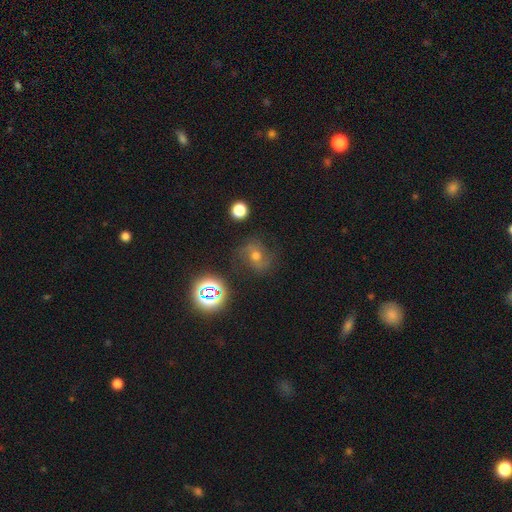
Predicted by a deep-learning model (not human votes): A featured or disk galaxy (48%).

Vote fractions:
- Smooth or featured? featured or disk: 48% / smooth: 27% / star or artifact: 26%
- Merging? none: 73% / minor disturbance: 16% / major disturbance: 8% / merger: 2%